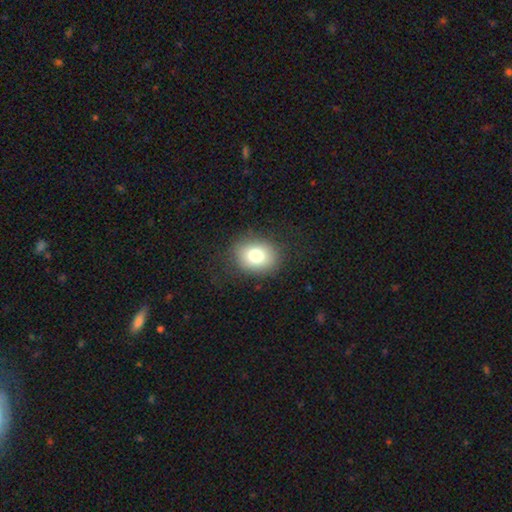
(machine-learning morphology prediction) A smooth galaxy with no disk features (77%) that is round (54%).

Vote fractions:
- Smooth or featured? smooth: 77% / featured or disk: 12% / star or artifact: 11%
- How rounded? round: 54% / in between: 45% / cigar-shaped: 1%
- Merging? none: 83% / minor disturbance: 11% / major disturbance: 5% / merger: 1%